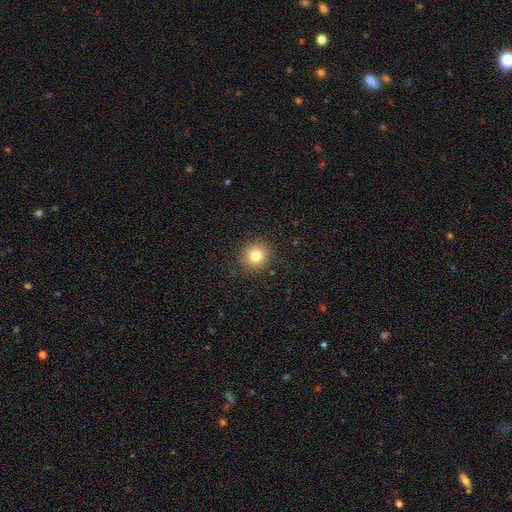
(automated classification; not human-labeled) A smooth galaxy with no disk features (81%) that is round (91%). Merging: none (90%).